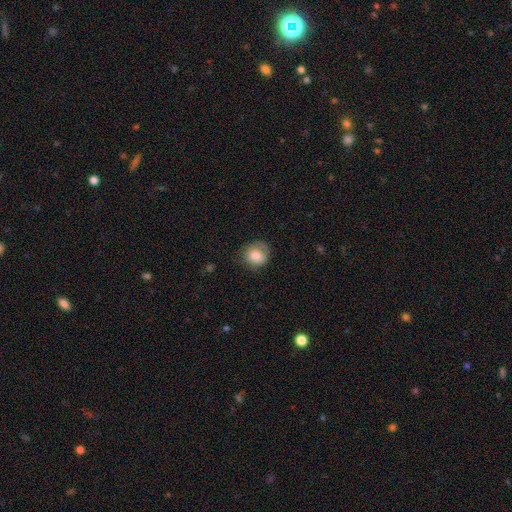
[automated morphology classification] smooth_or_featured: smooth (p=0.78) [alt: featured or disk p=0.14]
how_rounded: round (p=0.78) [alt: in between p=0.21]
merging: none (p=0.62) [alt: minor disturbance p=0.26]